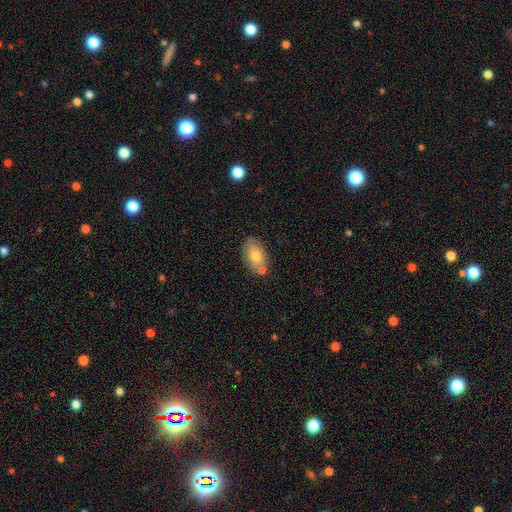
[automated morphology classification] smooth_or_featured: smooth (p=0.75) [alt: featured or disk p=0.18]
how_rounded: in between (p=0.88) [alt: round p=0.10]
merging: none (p=0.67) [alt: minor disturbance p=0.15]